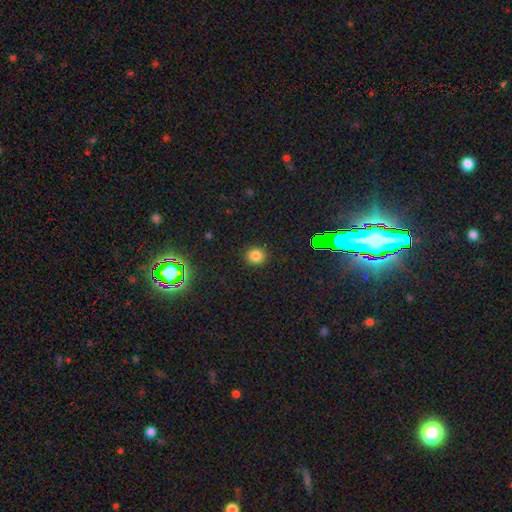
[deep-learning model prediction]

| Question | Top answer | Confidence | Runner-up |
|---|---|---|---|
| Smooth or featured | smooth | 81% | star or artifact (15%) |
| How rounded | round | 89% | in between (10%) |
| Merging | none | 90% | minor disturbance (6%) |